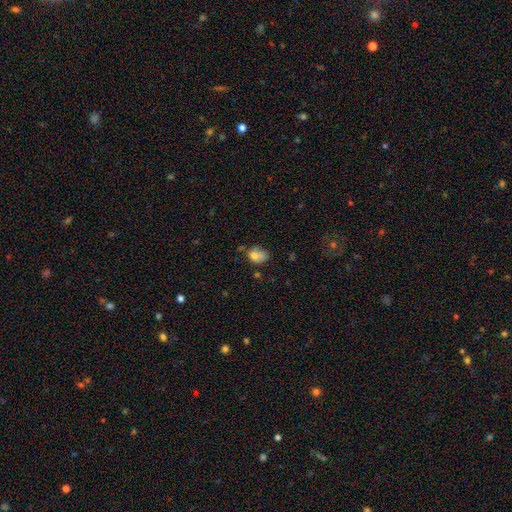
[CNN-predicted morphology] A smooth galaxy with no disk features (71%) that is in between round and cigar-shaped (62%). Merging: none (37%).